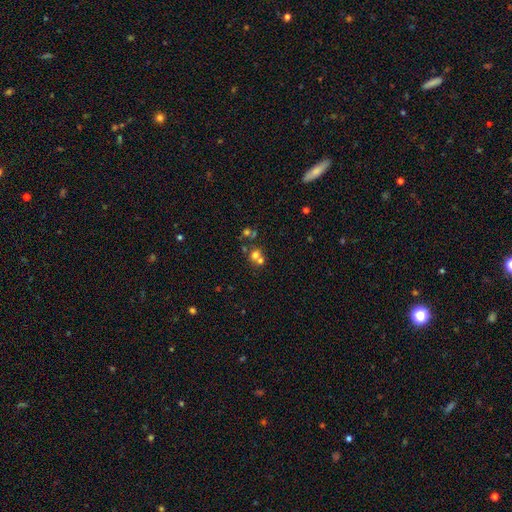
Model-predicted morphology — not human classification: The model was most divided on "merging": merger: 49%, none: 41%, minor disturbance: 6%, major disturbance: 4%. More confident: how rounded — round (78%); smooth or featured — smooth (61%).